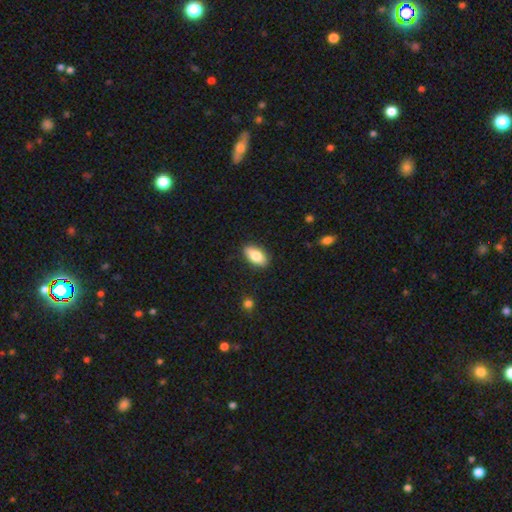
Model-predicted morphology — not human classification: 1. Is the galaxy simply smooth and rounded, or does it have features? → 80% smooth, 13% featured or disk, 7% star or artifact.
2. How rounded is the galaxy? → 89% in between, 7% cigar-shaped, 4% round.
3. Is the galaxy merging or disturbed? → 88% none, 9% minor disturbance, 2% major disturbance, 1% merger.